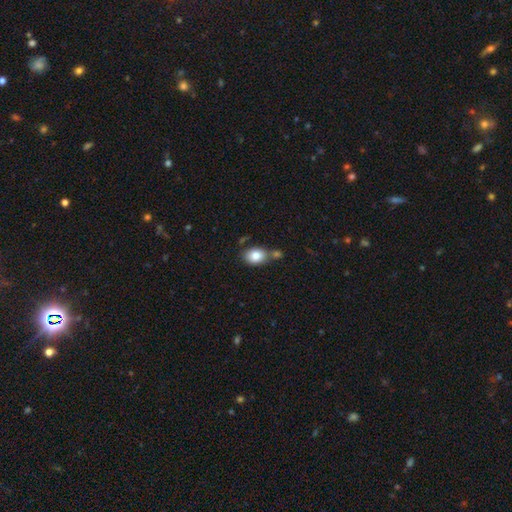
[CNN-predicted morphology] This is clearly a smooth galaxy (83%). How rounded: likely in between (70%). Merging: possibly none (55%).